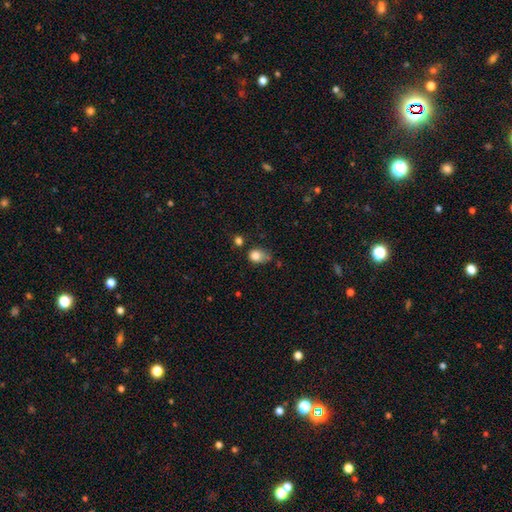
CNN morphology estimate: Smooth or featured? smooth (81%)
How rounded? round (51%)
Merging? minor disturbance (38%)